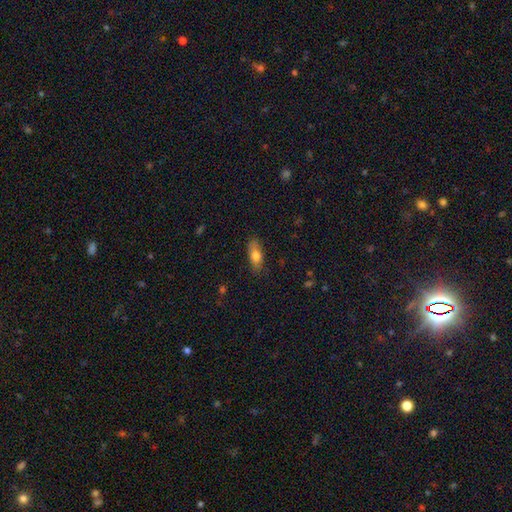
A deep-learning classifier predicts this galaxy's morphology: type=smooth (75%); roundness=in between (75%); merging=none (79%).